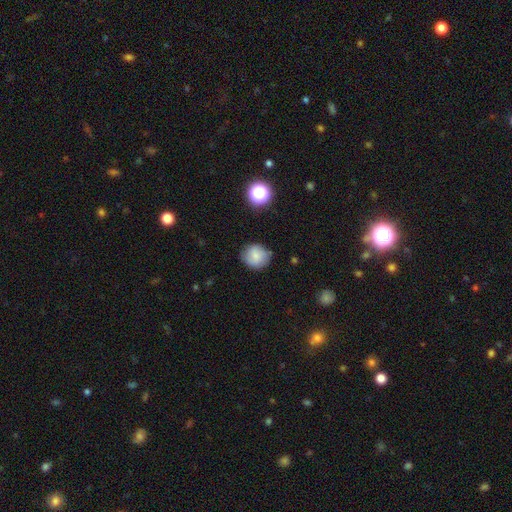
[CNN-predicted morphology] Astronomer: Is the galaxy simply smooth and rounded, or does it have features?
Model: smooth — 76%.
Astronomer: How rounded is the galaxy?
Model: round — 85%.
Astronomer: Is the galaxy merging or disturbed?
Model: none — 78%.